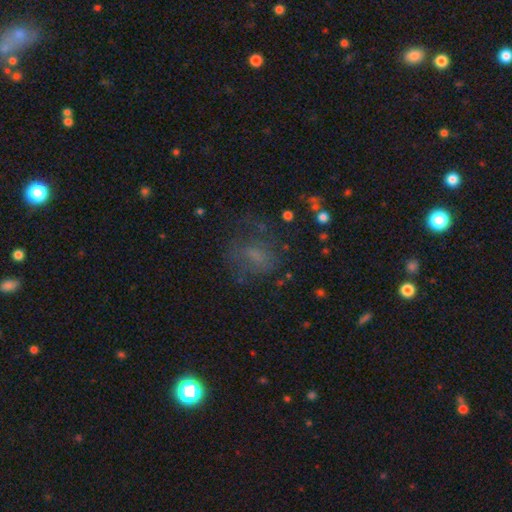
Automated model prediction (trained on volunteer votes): Q: Smooth or featured?
A: smooth (46%); runner-up: featured or disk (32%)
Q: Merging?
A: none (54%); runner-up: major disturbance (23%)